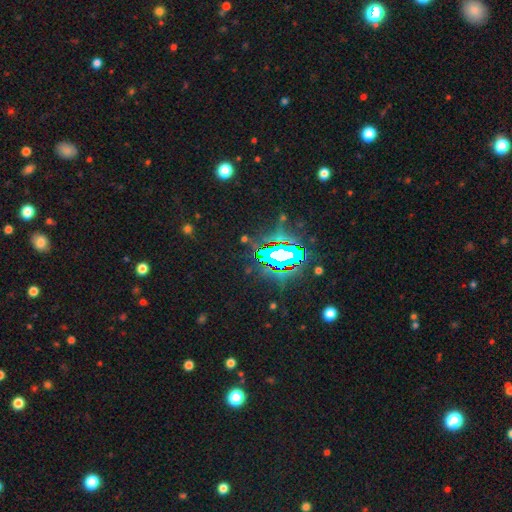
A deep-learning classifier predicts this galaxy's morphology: This is clearly a star or artifact rather than a galaxy (84%).